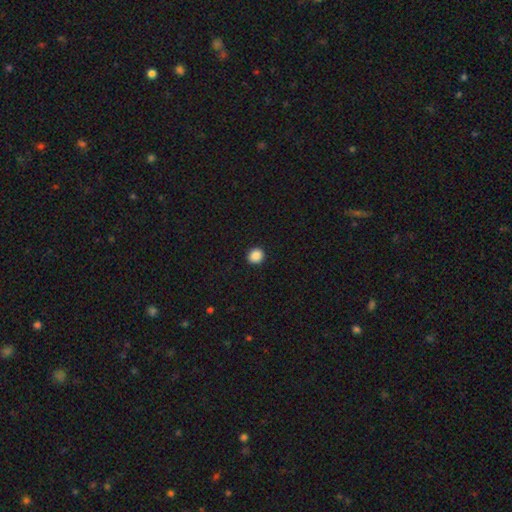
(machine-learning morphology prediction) Q: Smooth or featured?
A: smooth (88%); runner-up: star or artifact (9%)
Q: How rounded?
A: round (89%); runner-up: in between (10%)
Q: Merging?
A: none (93%); runner-up: minor disturbance (4%)